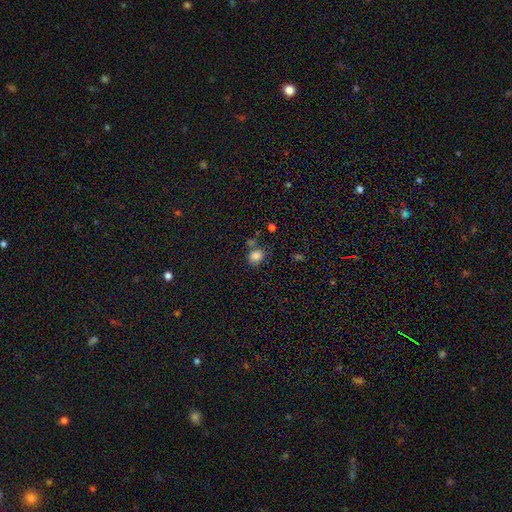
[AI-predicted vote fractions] smooth 83%, star or artifact 12%, featured or disk 5%. Down the decision tree: how rounded — round (61%); merging — none (64%).